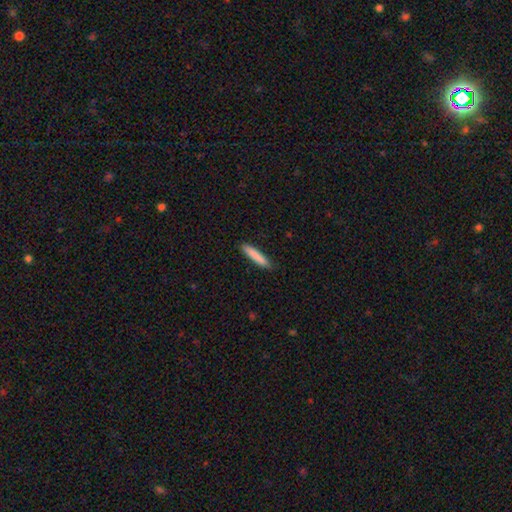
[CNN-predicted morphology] Smooth or featured? smooth (85%)
How rounded? cigar-shaped (90%)
Merging? none (88%)